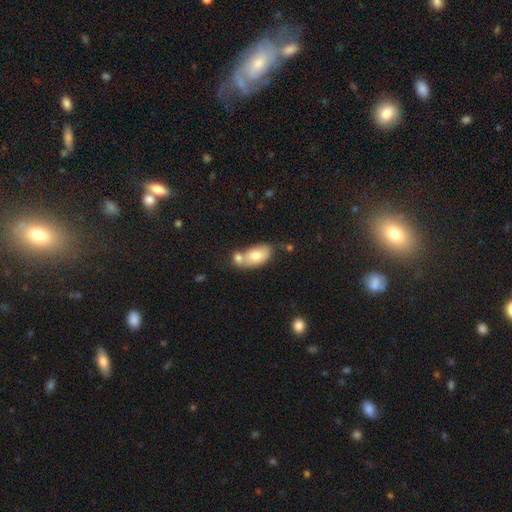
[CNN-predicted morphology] smooth_or_featured: smooth (p=0.74) [alt: featured or disk p=0.19]
how_rounded: in between (p=0.89) [alt: round p=0.08]
merging: merger (p=0.47) [alt: none p=0.36]